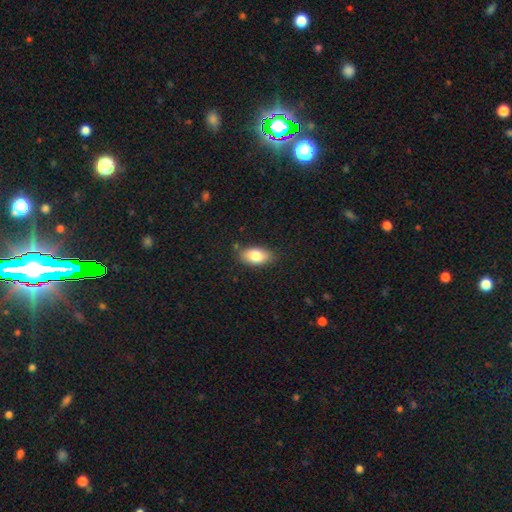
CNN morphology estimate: Overall: smooth (81%). How rounded: in between (91%). Merging: none (82%).